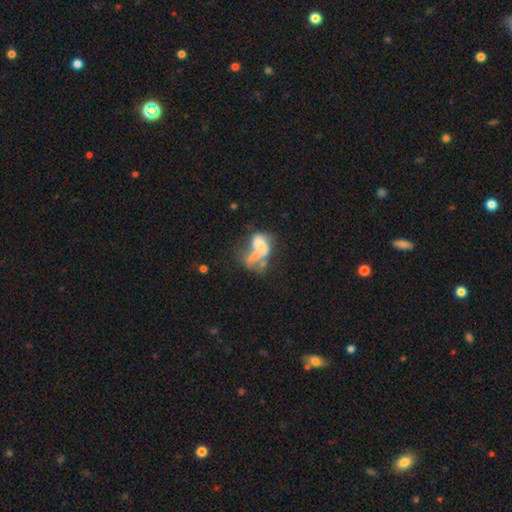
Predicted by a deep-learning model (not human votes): A featured or disk galaxy (49%). Merging: merger (50%).